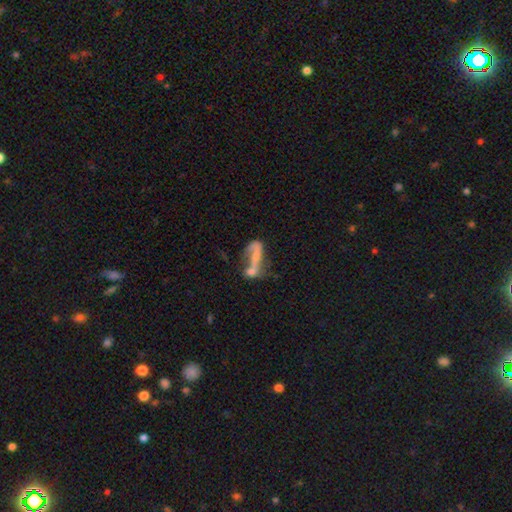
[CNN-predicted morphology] Smooth or featured? Predicted: featured or disk (p=0.54). Edge-on disk? Predicted: no (p=0.90). Merging? Predicted: merger (p=0.48).